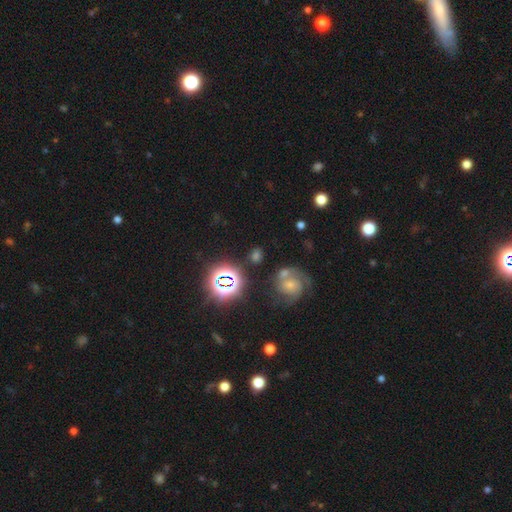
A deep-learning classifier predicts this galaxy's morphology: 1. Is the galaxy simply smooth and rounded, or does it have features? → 39% star or artifact, 36% smooth, 25% featured or disk.